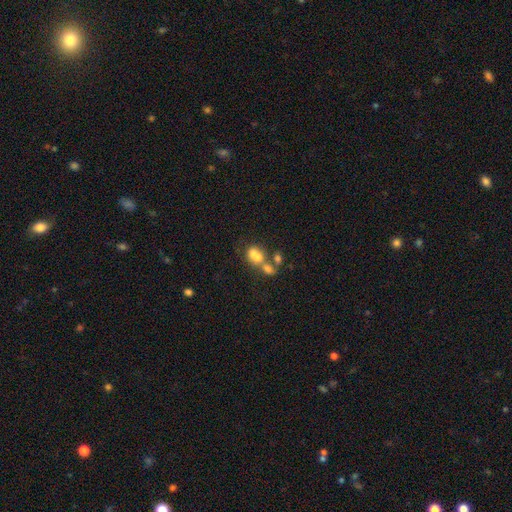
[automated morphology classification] This is likely a smooth galaxy (62%). How rounded: possibly in between (51%). Merging: likely merger (64%).